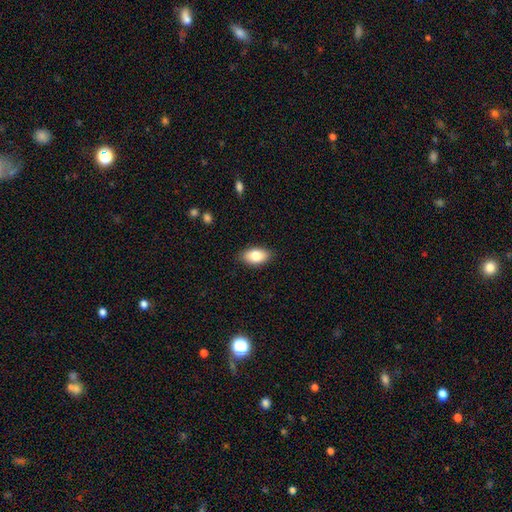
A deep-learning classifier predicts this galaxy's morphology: smooth 81%, featured or disk 12%, star or artifact 7%. Down the decision tree: how rounded — in between (92%); merging — none (86%).